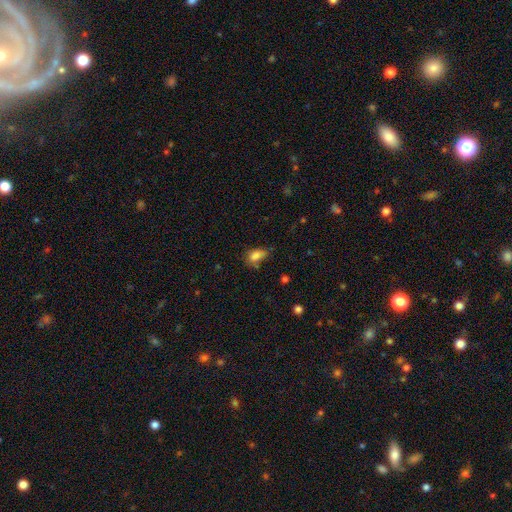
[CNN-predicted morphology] This is clearly a smooth galaxy (81%). How rounded: clearly in between (84%). Merging: possibly none (46%).